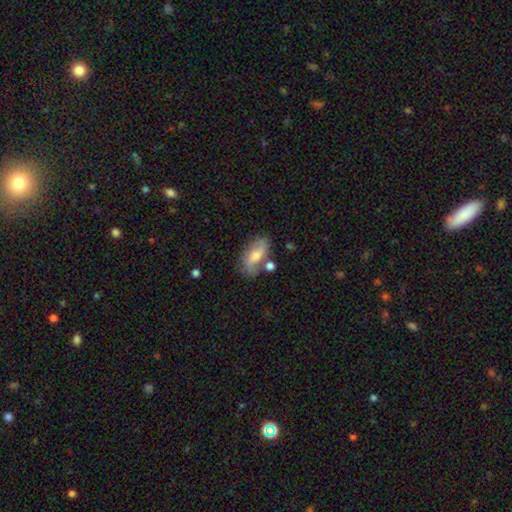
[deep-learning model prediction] smooth 51%, featured or disk 41%, star or artifact 7%. Down the decision tree: how rounded — in between (85%); merging — none (65%).